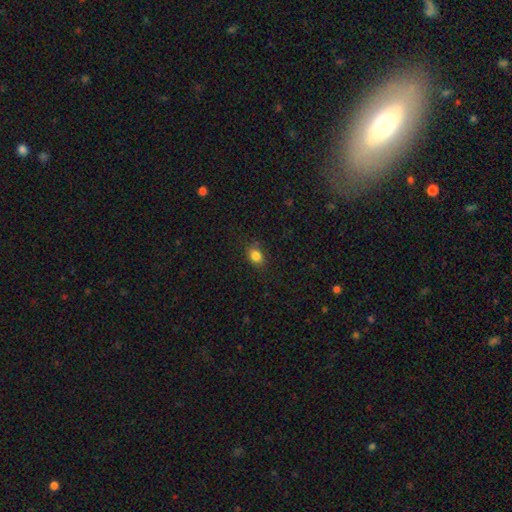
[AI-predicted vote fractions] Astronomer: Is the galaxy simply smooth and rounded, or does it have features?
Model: smooth — 84%.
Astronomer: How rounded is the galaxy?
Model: in between — 64%.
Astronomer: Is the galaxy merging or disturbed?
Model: none — 85%.